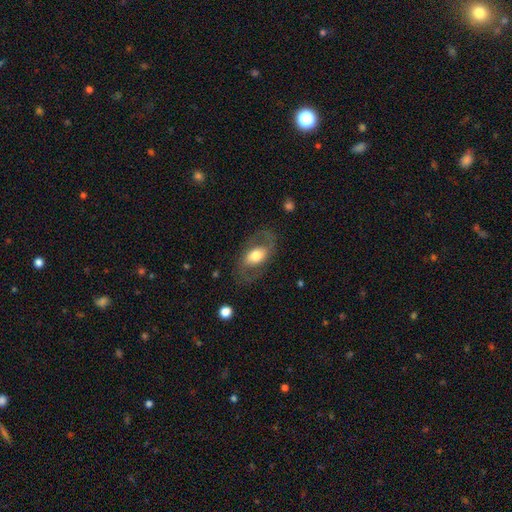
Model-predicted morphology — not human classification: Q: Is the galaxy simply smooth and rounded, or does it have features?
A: featured or disk — 59%.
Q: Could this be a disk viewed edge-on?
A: no — 93%.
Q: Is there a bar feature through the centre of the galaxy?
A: no — 54%.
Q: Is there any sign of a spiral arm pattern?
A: yes — 69%.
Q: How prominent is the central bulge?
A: moderate — 55%.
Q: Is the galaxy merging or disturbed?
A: none — 73%.